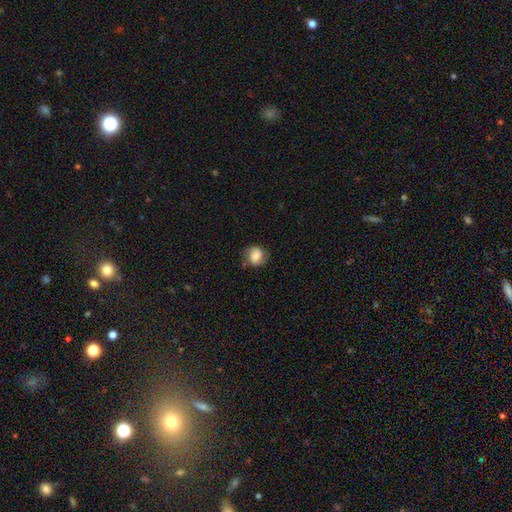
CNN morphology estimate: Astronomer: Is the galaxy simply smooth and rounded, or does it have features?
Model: smooth — 62%.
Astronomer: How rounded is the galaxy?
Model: round — 68%.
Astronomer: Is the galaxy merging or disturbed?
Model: none — 68%.